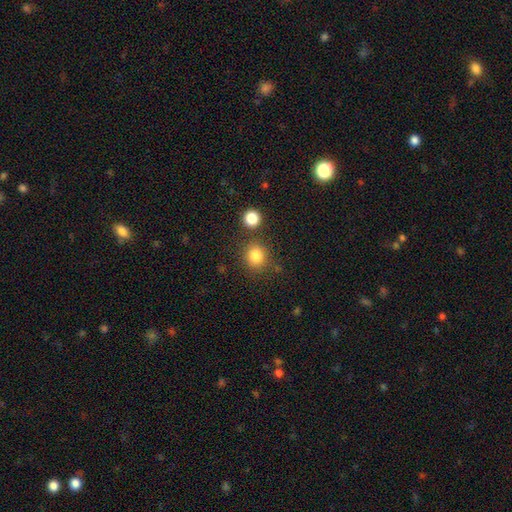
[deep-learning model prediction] smooth 82%, star or artifact 12%, featured or disk 6%. Down the decision tree: how rounded — round (84%); merging — none (79%).